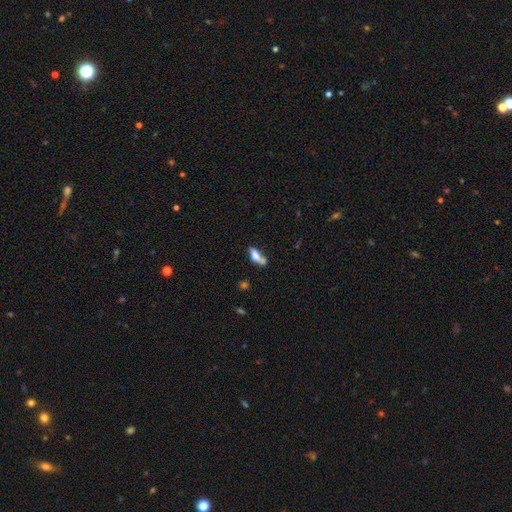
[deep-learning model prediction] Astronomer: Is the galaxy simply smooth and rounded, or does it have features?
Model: smooth — 69%.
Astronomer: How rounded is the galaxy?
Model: in between — 64%.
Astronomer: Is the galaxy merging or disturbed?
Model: merger — 38% (runner-up: none, 32%).